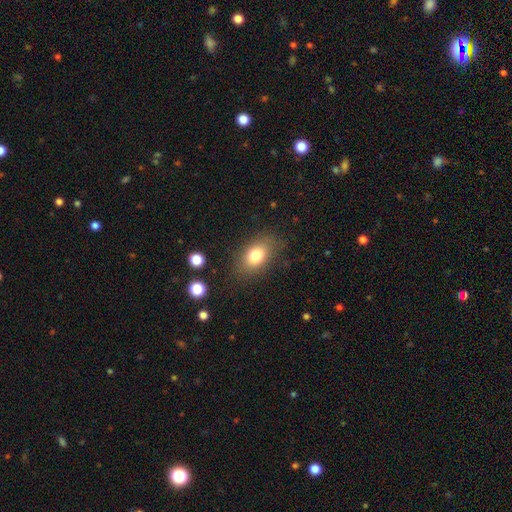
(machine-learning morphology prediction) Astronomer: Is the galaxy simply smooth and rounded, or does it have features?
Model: smooth — 79%.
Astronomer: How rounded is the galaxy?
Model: in between — 82%.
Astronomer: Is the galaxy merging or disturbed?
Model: none — 81%.